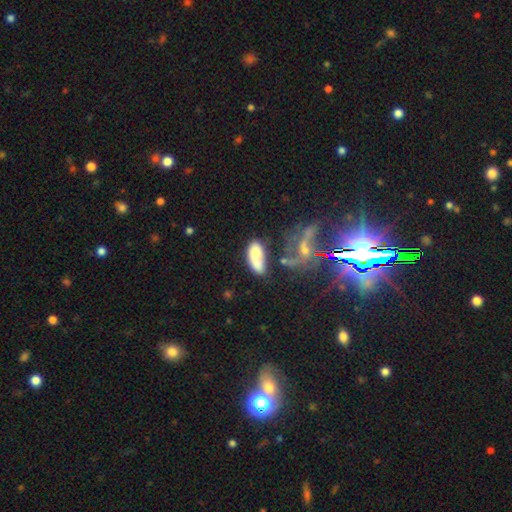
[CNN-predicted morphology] smooth_or_featured: smooth (p=0.64) [alt: featured or disk p=0.27]
how_rounded: in between (p=0.90) [alt: cigar-shaped p=0.06]
merging: none (p=0.36) [alt: merger p=0.28]